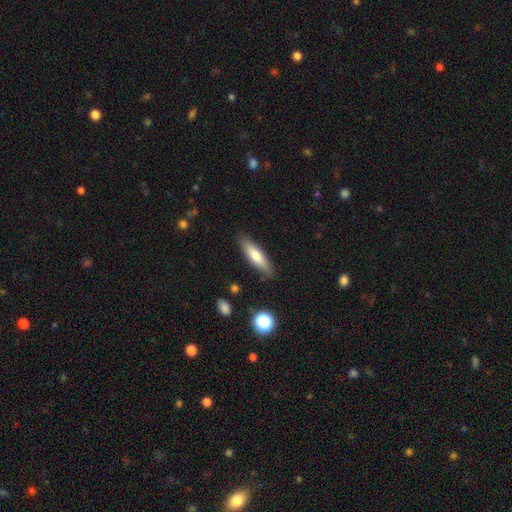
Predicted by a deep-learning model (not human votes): smooth 65%, featured or disk 28%, star or artifact 6%. Down the decision tree: how rounded — cigar-shaped (66%); merging — none (86%).